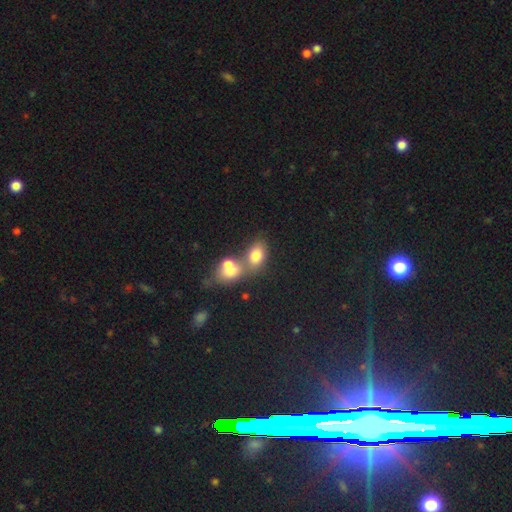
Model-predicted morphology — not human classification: Smooth or featured? smooth (76%)
How rounded? in between (76%)
Merging? merger (47%)